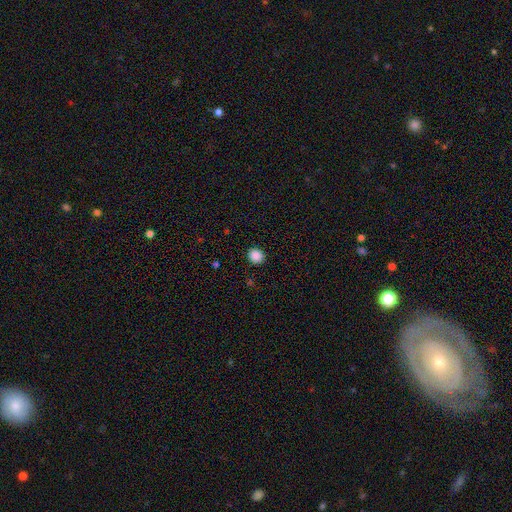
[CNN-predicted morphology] type=smooth (88%); roundness=round (82%); merging=none (91%).